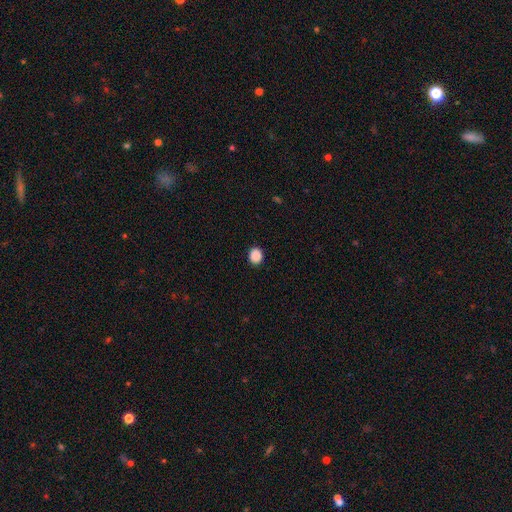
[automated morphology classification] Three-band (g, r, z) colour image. It shows a smooth galaxy with no disk features (89%) that is round (68%). Merging: none (91%).